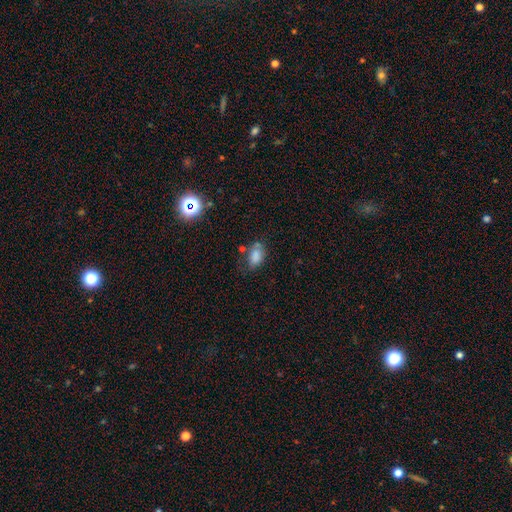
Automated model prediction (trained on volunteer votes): smooth-or-featured: smooth: 79% | star or artifact: 12% | featured or disk: 9%
  how-rounded: in between: 88% | round: 9% | cigar-shaped: 2%
  merging: none: 56% | minor disturbance: 26% | major disturbance: 10% | merger: 8%